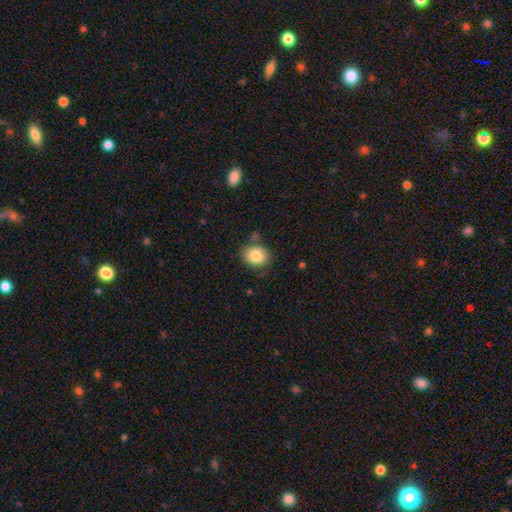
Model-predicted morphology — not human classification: This is clearly a smooth galaxy (83%). How rounded: likely round (61%). Merging: likely none (77%).